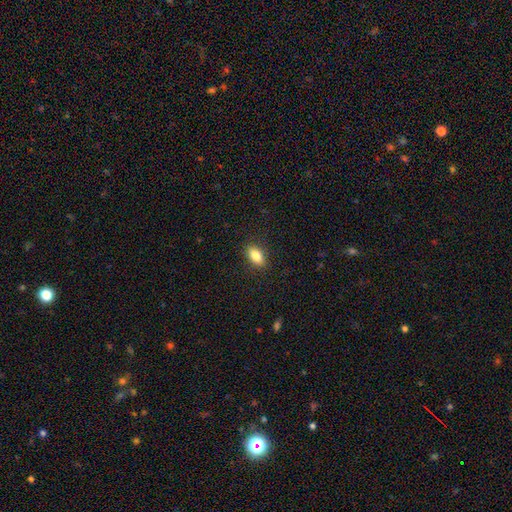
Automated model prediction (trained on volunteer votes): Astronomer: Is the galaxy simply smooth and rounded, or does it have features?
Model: smooth — 84%.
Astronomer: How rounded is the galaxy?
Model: in between — 88%.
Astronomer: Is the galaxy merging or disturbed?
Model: none — 88%.